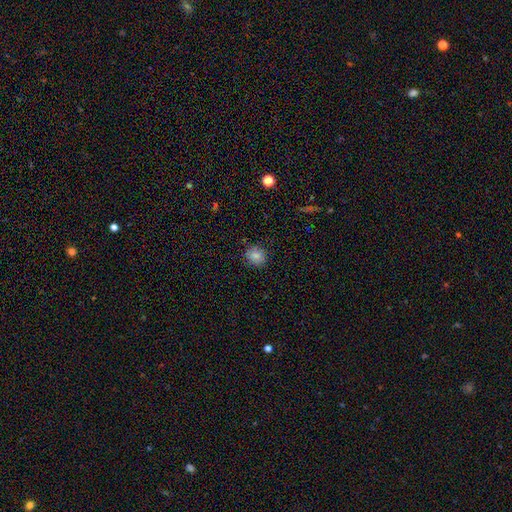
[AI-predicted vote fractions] Overall: smooth (84%). How rounded: round (77%). Merging: none (85%).